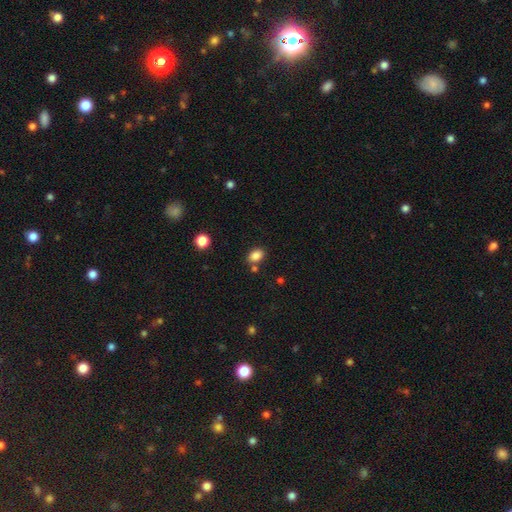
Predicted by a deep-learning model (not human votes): The model was most divided on "how rounded": in between: 77%, round: 22%, cigar-shaped: 1%. More confident: smooth or featured — smooth (86%); merging — none (75%).